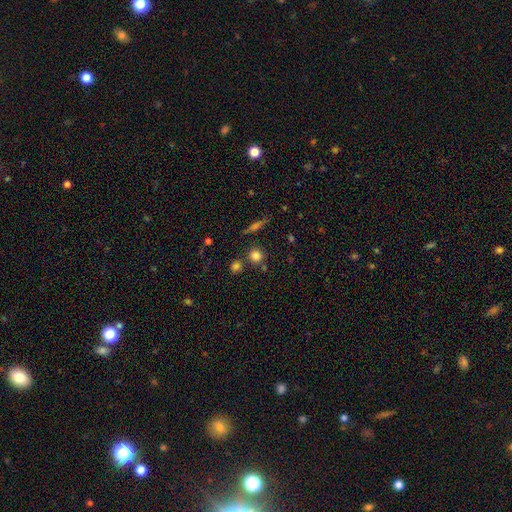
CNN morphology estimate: The model was most divided on "merging": none: 76%, merger: 13%, minor disturbance: 8%, major disturbance: 3%. More confident: how rounded — round (90%); smooth or featured — smooth (79%).